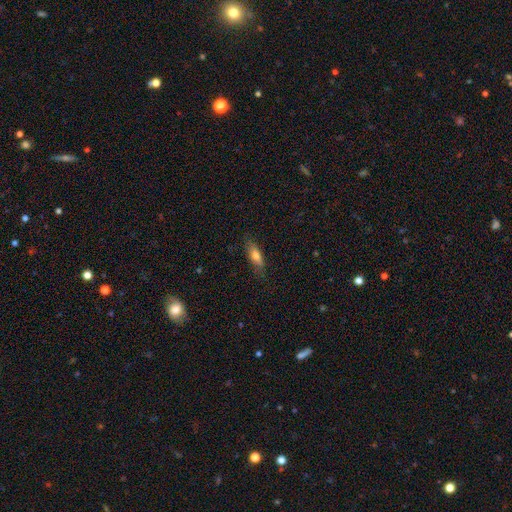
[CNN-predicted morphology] type=smooth (67%); roundness=in between (51%); merging=none (80%).